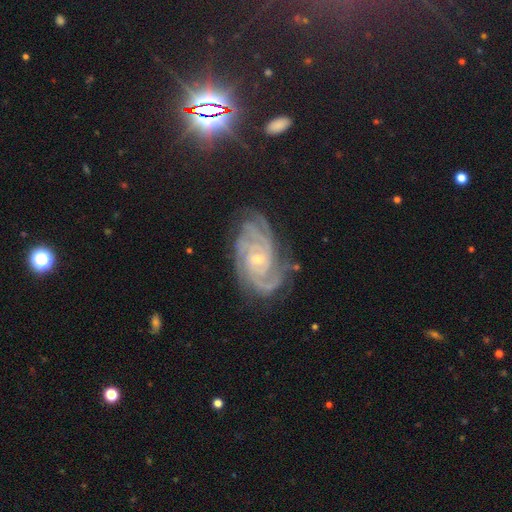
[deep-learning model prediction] Smooth or featured? Predicted: featured or disk (p=0.84). Edge-on disk? Predicted: no (p=0.97). Bar? Predicted: no (p=0.65). Spiral arms? Predicted: yes (p=0.98). Spiral winding? Predicted: tight (p=0.70). Spiral arm count? Predicted: 3 (p=0.29). Bulge size? Predicted: small (p=0.71). Merging? Predicted: none (p=0.74).